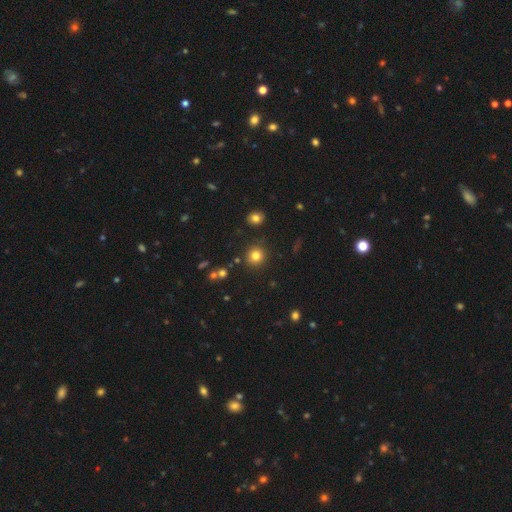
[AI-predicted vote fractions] A smooth galaxy with no disk features (81%) that is round (92%). Merging: none (88%).